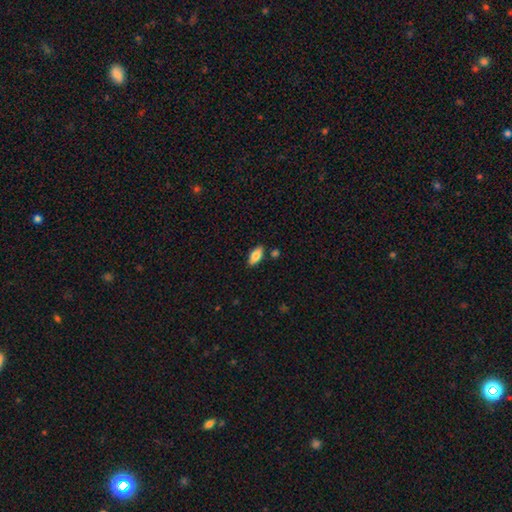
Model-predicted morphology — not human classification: This appears to be a smooth galaxy with no disk features (82%) that is in between round and cigar-shaped (89%). Merging: none (83%).